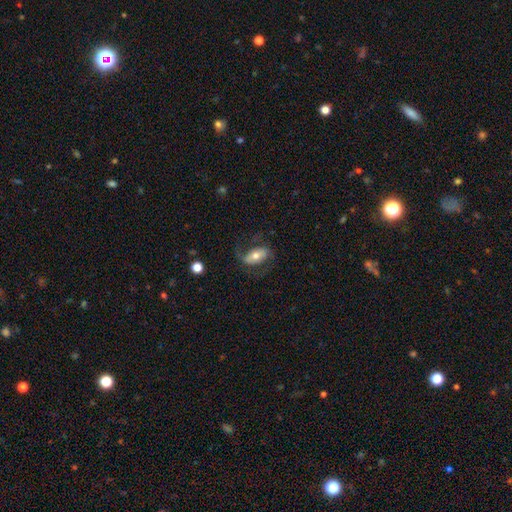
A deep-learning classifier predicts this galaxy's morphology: smooth_or_featured: featured or disk (p=0.54) [alt: smooth p=0.38]
disk_edge_on: no (p=0.91) [alt: yes p=0.09]
merging: none (p=0.65) [alt: minor disturbance p=0.18]